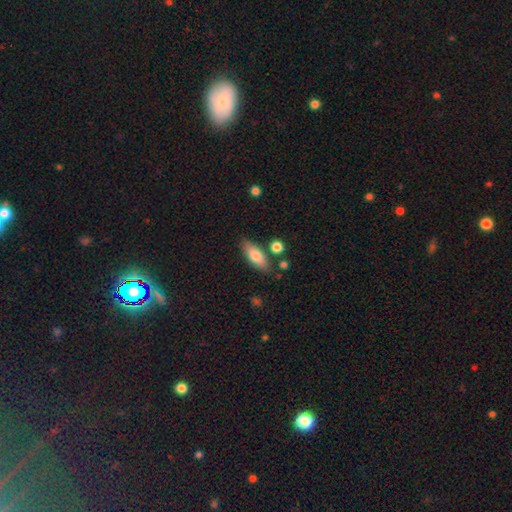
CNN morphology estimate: type=smooth (73%); roundness=in between (68%); merging=none (79%).